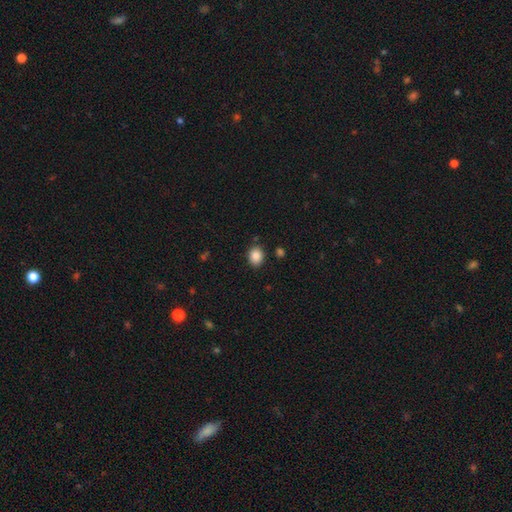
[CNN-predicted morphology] Smooth or featured? smooth (86%)
How rounded? round (50%, tied with in between)
Merging? none (85%)